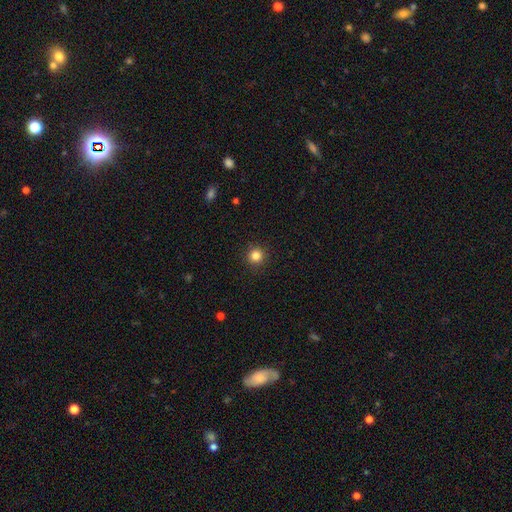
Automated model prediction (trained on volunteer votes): This is clearly a smooth galaxy (83%). How rounded: clearly round (95%). Merging: clearly none (92%).